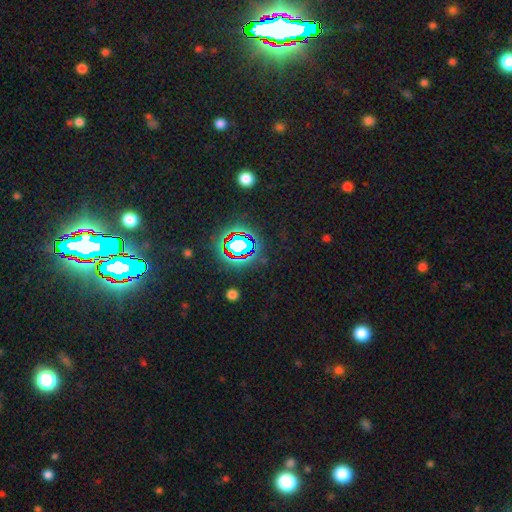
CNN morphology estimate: A star or artifact, not a galaxy (84%).